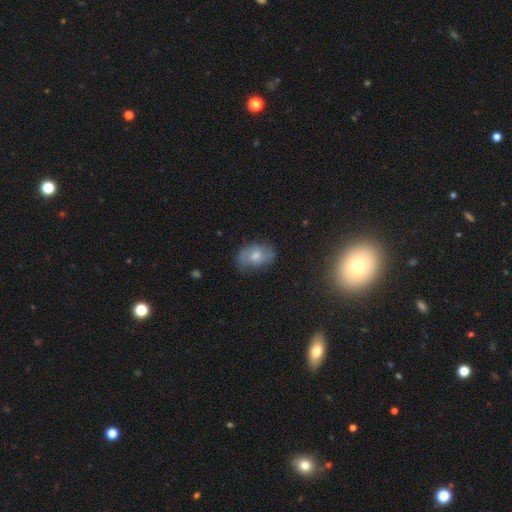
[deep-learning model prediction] smooth 55%, featured or disk 36%, star or artifact 9%. Down the decision tree: how rounded — in between (79%); merging — none (63%).